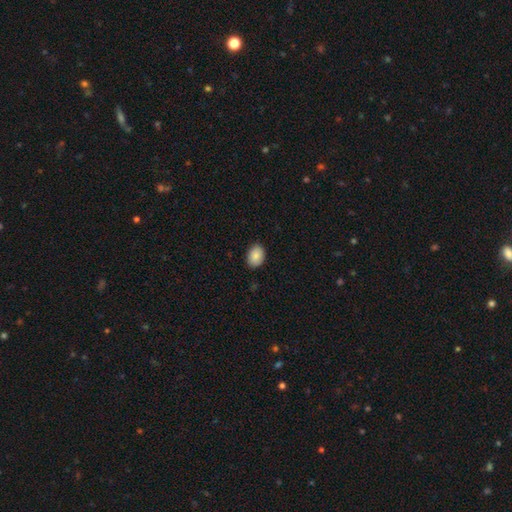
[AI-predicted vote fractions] smooth_or_featured: smooth (p=0.88) [alt: star or artifact p=0.07]
how_rounded: in between (p=0.79) [alt: round p=0.20]
merging: none (p=0.87) [alt: minor disturbance p=0.10]